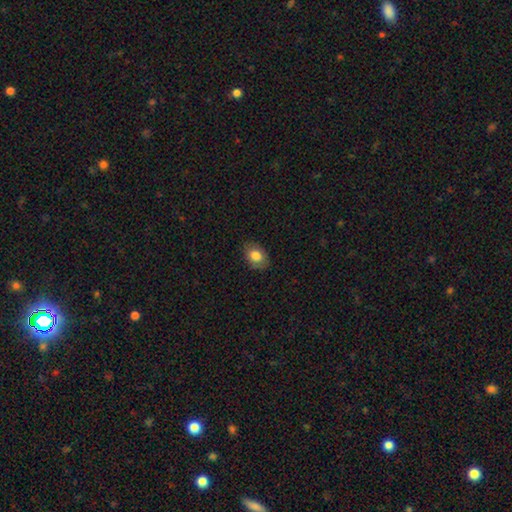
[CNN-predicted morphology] Smooth or featured?
  - smooth: 82% *
  - featured or disk: 10%
  - star or artifact: 8%
How rounded?
  - in between: 76% *
  - round: 23%
  - cigar-shaped: 1%
Merging?
  - none: 83% *
  - minor disturbance: 13%
  - major disturbance: 3%
  - merger: 1%